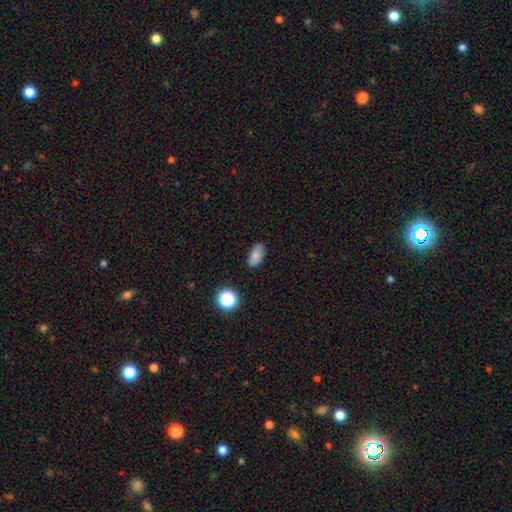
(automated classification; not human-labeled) The model was most divided on "merging": none: 84%, minor disturbance: 12%, major disturbance: 3%, merger: 2%. More confident: how rounded — in between (90%); smooth or featured — smooth (82%).